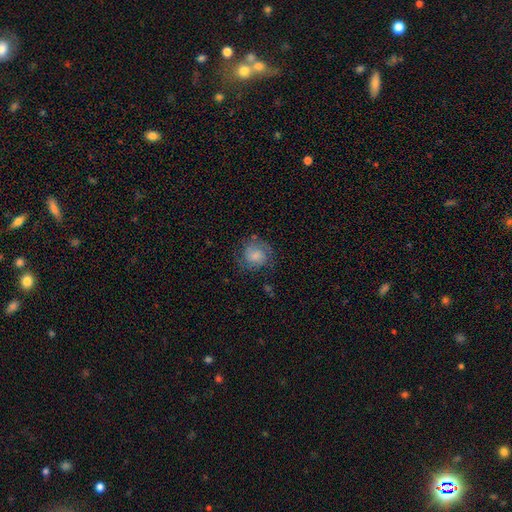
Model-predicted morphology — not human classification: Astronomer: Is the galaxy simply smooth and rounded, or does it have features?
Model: smooth — 47% (runner-up: featured or disk, 41%).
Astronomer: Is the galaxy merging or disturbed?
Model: none — 71%.